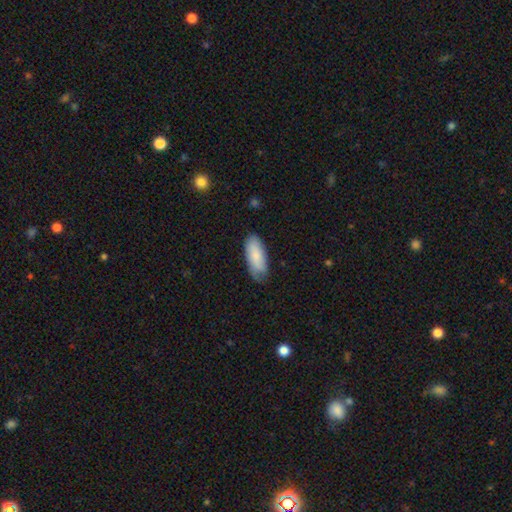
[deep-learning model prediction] smooth-or-featured: smooth: 79% | featured or disk: 15% | star or artifact: 6%
  how-rounded: in between: 83% | cigar-shaped: 15% | round: 2%
  merging: none: 68% | minor disturbance: 26% | major disturbance: 5% | merger: 1%